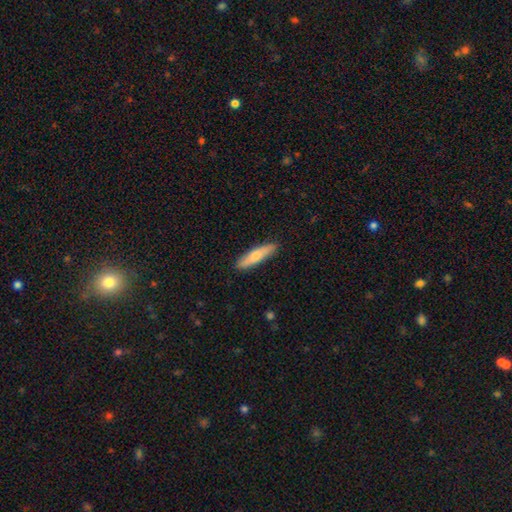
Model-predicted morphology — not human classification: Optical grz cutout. It shows a smooth galaxy with no disk features (71%) that is cigar-shaped (80%). Merging: none (89%).